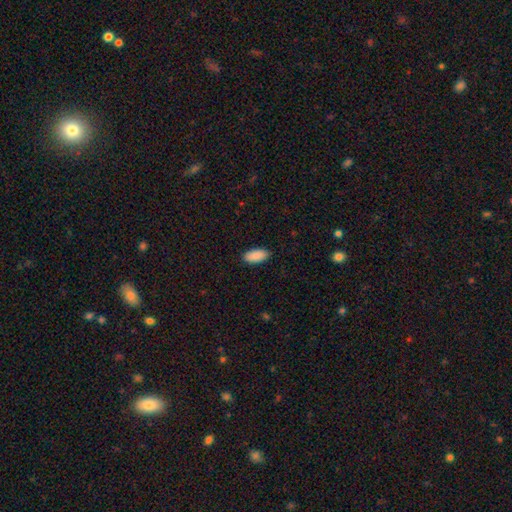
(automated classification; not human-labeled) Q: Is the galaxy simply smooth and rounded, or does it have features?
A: smooth — 90%.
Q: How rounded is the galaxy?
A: in between — 92%.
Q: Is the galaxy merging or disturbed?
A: none — 89%.